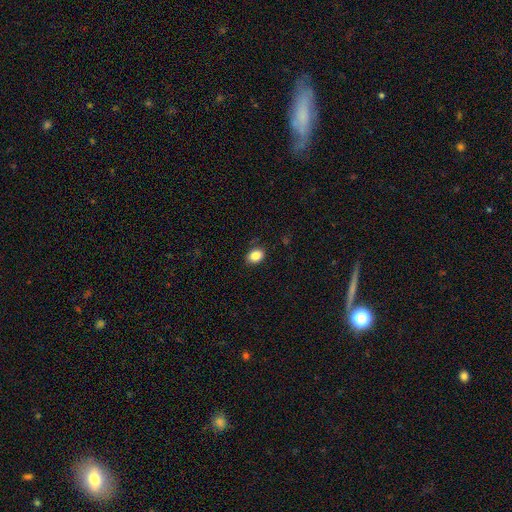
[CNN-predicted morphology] smooth_or_featured: smooth (p=0.86) [alt: star or artifact p=0.09]
how_rounded: in between (p=0.67) [alt: round p=0.32]
merging: none (p=0.85) [alt: minor disturbance p=0.11]